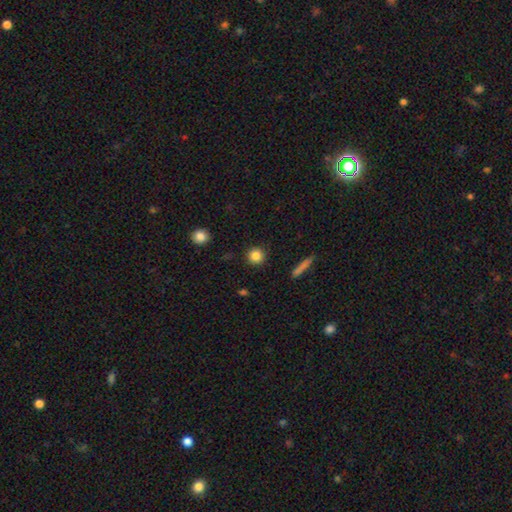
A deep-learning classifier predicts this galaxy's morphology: Smooth or featured? Predicted: smooth (p=0.85). How rounded? Predicted: round (p=0.93). Merging? Predicted: none (p=0.91).